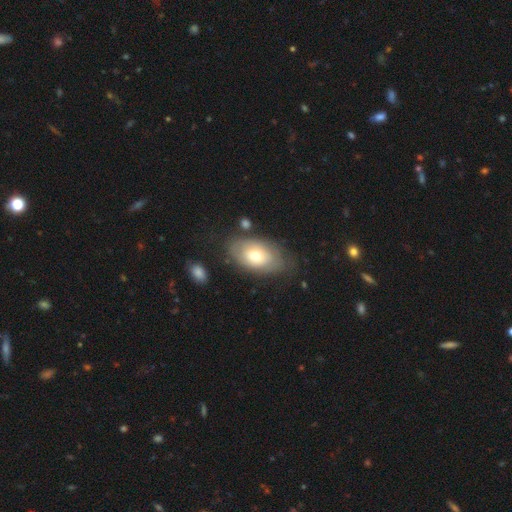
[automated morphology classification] Q: Smooth or featured?
A: smooth (61%); runner-up: featured or disk (33%)
Q: How rounded?
A: in between (91%); runner-up: round (7%)
Q: Merging?
A: none (70%); runner-up: minor disturbance (19%)